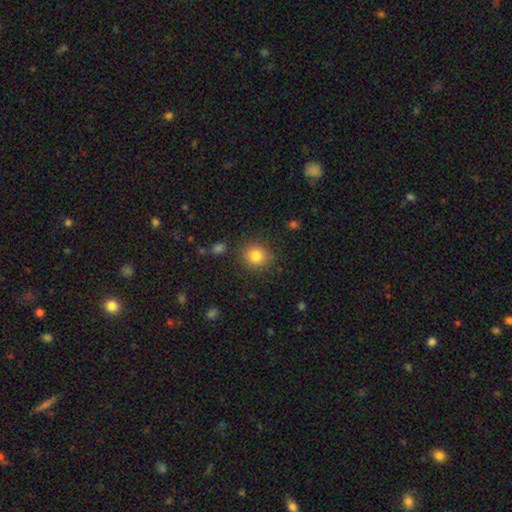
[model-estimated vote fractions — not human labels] Smooth or featured?
  - smooth: 83% *
  - star or artifact: 11%
  - featured or disk: 7%
How rounded?
  - round: 85% *
  - in between: 14%
  - cigar-shaped: 1%
Merging?
  - none: 86% *
  - minor disturbance: 9%
  - major disturbance: 3%
  - merger: 2%